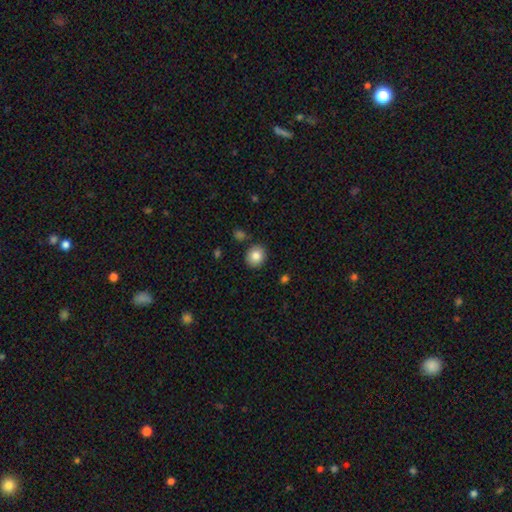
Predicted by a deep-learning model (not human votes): Smooth or featured? smooth (84%)
How rounded? round (76%)
Merging? none (87%)